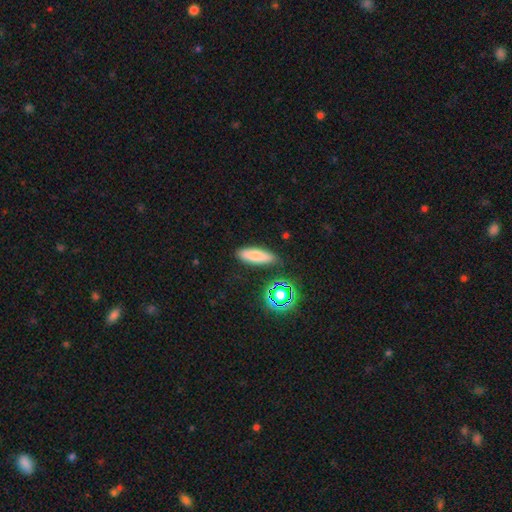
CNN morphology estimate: This is likely a smooth galaxy (77%). How rounded: possibly cigar-shaped (52%). Merging: clearly none (85%).